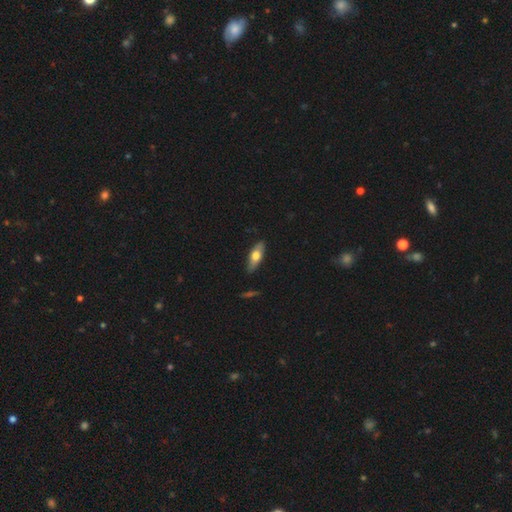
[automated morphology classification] type=smooth (61%); roundness=in between (70%); merging=none (86%).